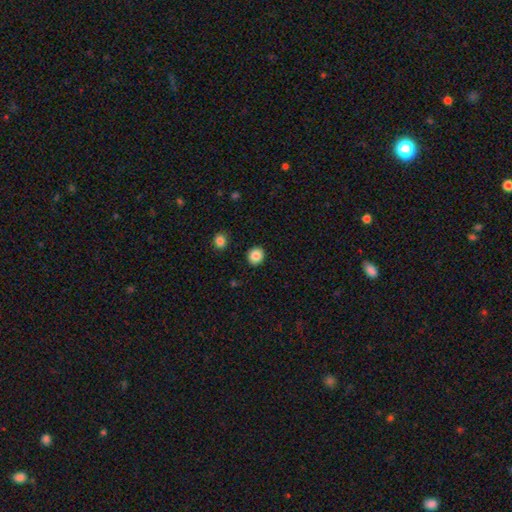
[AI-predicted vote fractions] A smooth galaxy with no disk features (86%) that is round (85%).

Vote fractions:
- Smooth or featured? smooth: 86% / star or artifact: 9% / featured or disk: 5%
- How rounded? round: 85% / in between: 14% / cigar-shaped: 1%
- Merging? none: 91% / minor disturbance: 6% / major disturbance: 2% / merger: 2%